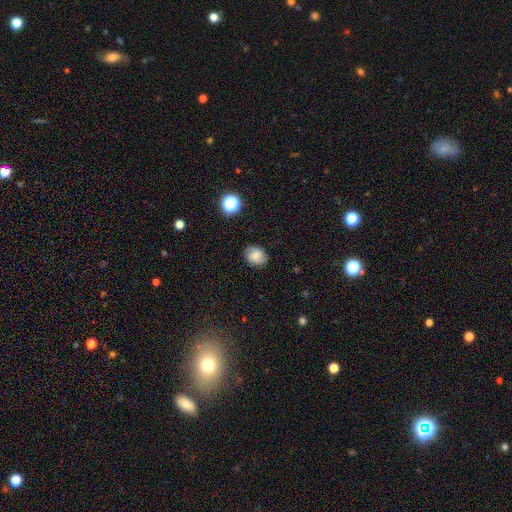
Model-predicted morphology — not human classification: This is likely a smooth galaxy (64%). How rounded: possibly in between (56%). Merging: clearly none (81%).